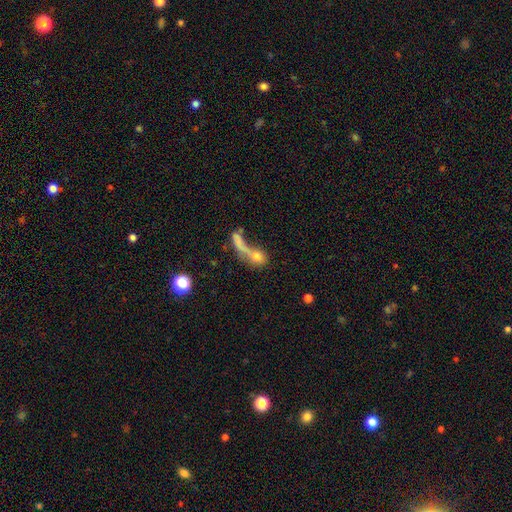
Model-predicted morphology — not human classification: smooth_or_featured: smooth (p=0.51) [alt: featured or disk p=0.34]
how_rounded: round (p=0.36) [alt: in between p=0.33]
merging: merger (p=0.41) [alt: major disturbance p=0.25]